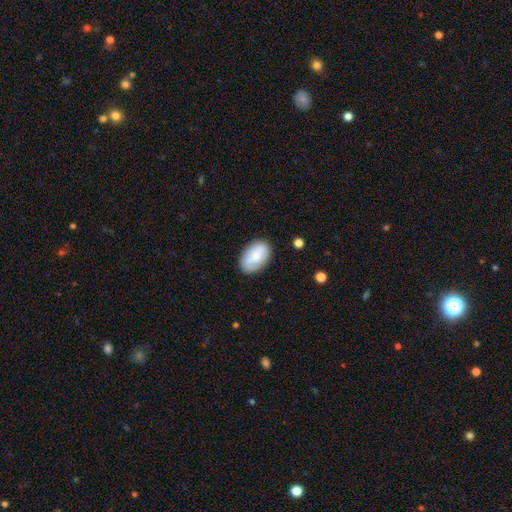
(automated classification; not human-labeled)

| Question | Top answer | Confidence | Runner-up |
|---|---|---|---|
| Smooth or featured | smooth | 70% | featured or disk (23%) |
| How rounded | in between | 91% | round (8%) |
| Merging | none | 82% | minor disturbance (13%) |